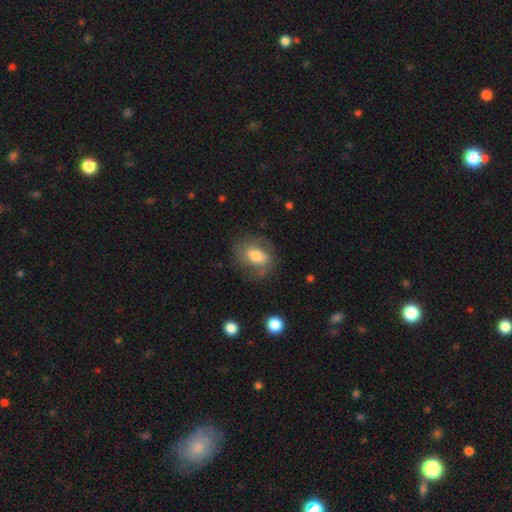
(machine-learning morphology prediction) This appears to be a smooth galaxy with no disk features (57%) that is in between round and cigar-shaped (68%). Merging: none (70%).